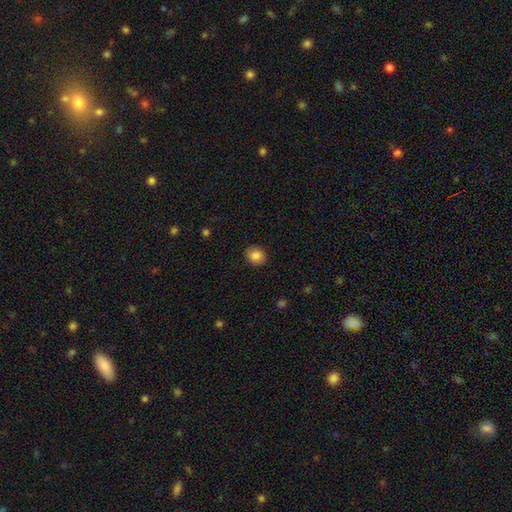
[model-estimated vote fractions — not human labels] This appears to be a smooth galaxy with no disk features (86%) that is round (73%). Merging: none (89%).